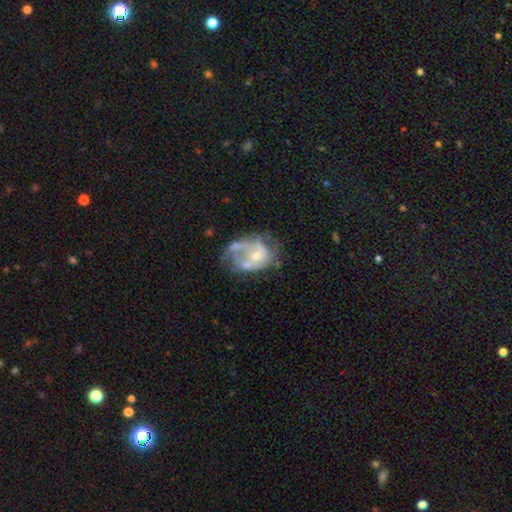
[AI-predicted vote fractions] Smooth or featured?
  - featured or disk: 65% *
  - smooth: 26%
  - star or artifact: 9%
Edge-on disk?
  - no: 98% *
  - yes: 2%
Bar?
  - no: 77% *
  - weak: 19%
  - strong: 3%
Spiral arms?
  - no: 61% *
  - yes: 39%
Bulge size?
  - small: 44% *
  - moderate: 42%
  - none: 10%
  - large: 3%
  - dominant: 1%
Merging?
  - major disturbance: 33% *
  - none: 29%
  - minor disturbance: 21%
  - merger: 17%